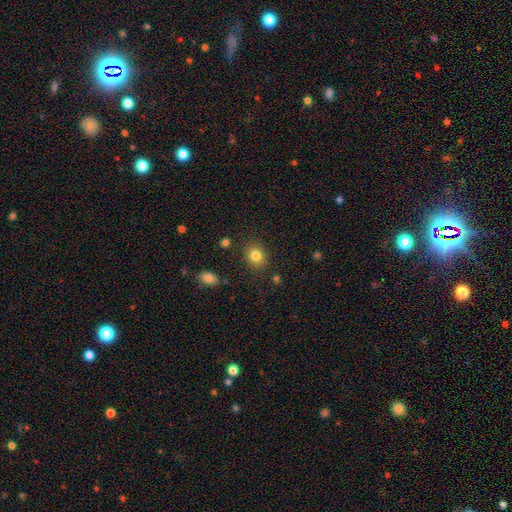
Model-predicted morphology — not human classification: The model was most divided on "how rounded": round: 57%, in between: 43%, cigar-shaped: 1%. More confident: merging — none (86%); smooth or featured — smooth (83%).